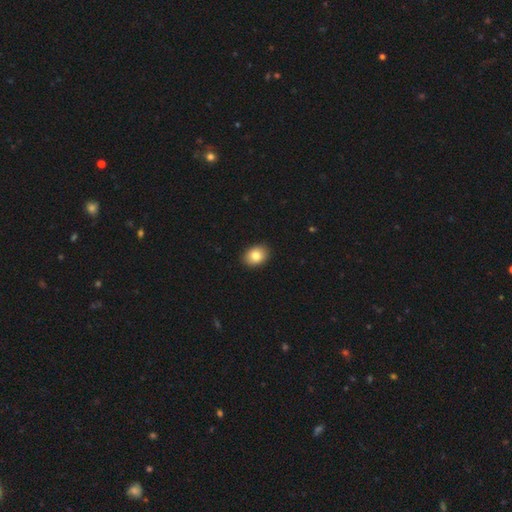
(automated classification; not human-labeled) Morphology: type=smooth (83%); roundness=in between (65%); merging=none (90%).